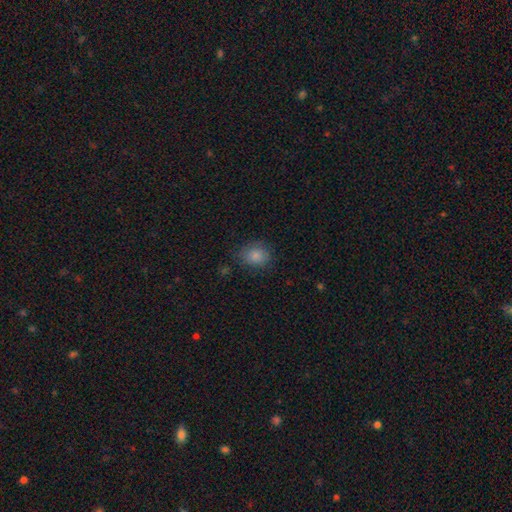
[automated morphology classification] smooth-or-featured: smooth: 85% | star or artifact: 10% | featured or disk: 5%
  how-rounded: round: 61% | in between: 38% | cigar-shaped: 1%
  merging: none: 79% | minor disturbance: 15% | major disturbance: 5% | merger: 1%